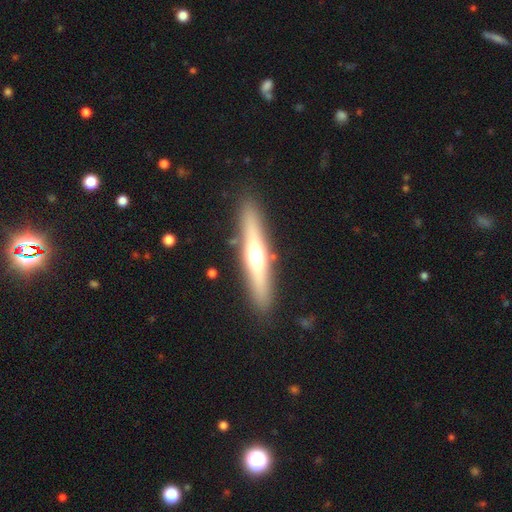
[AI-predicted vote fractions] Overall: featured or disk (54%; smooth 39%). Edge-on disk: yes (90%). Merging: none (88%).